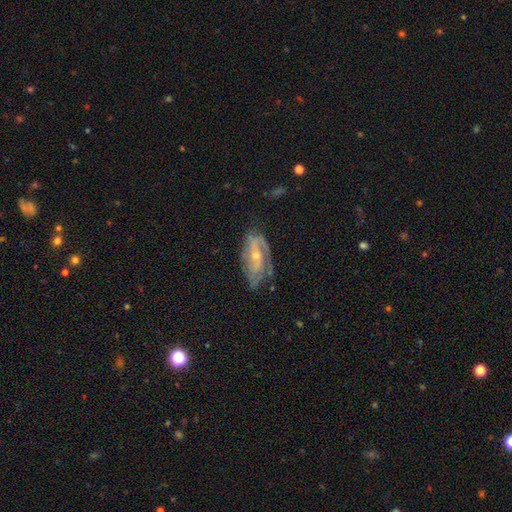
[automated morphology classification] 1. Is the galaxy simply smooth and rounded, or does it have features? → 77% featured or disk, 16% smooth, 6% star or artifact.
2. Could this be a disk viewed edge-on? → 93% no, 7% yes.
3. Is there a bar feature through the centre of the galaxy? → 54% no, 34% weak, 12% strong.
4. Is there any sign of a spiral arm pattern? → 88% yes, 12% no.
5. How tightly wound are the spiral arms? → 42% medium, 38% tight, 20% loose.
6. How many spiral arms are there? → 51% 2, 25% can't tell, 11% 3, 7% 1, 3% 4, 2% more than 4.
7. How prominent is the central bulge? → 60% small, 36% moderate, 2% none, 1% large, 1% dominant.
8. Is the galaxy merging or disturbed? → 57% none, 27% minor disturbance, 14% major disturbance, 2% merger.